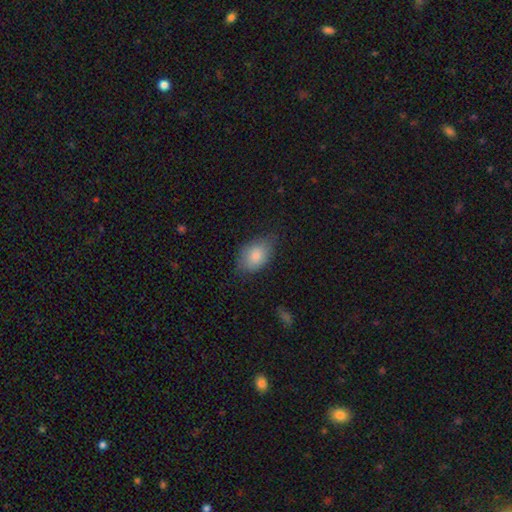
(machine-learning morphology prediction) smooth_or_featured: smooth (p=0.81) [alt: featured or disk p=0.12]
how_rounded: in between (p=0.82) [alt: round p=0.16]
merging: none (p=0.67) [alt: minor disturbance p=0.26]